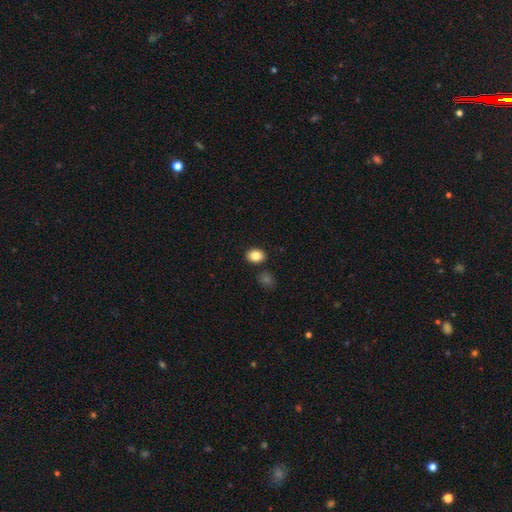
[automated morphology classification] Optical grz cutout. It shows a smooth galaxy with no disk features (85%) that is in between round and cigar-shaped (67%). Merging: none (84%).